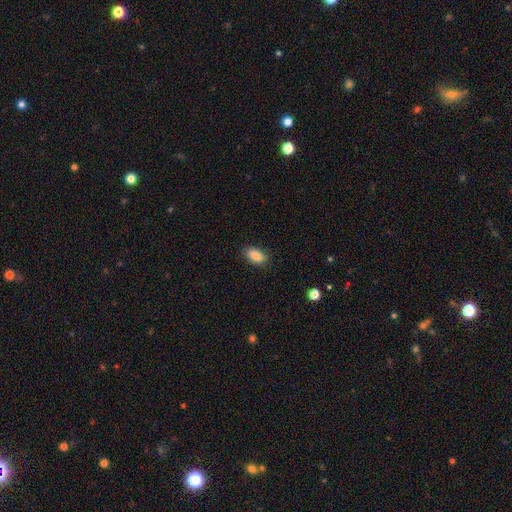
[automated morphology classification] smooth 89%, star or artifact 8%, featured or disk 4%. Down the decision tree: how rounded — in between (92%); merging — none (88%).